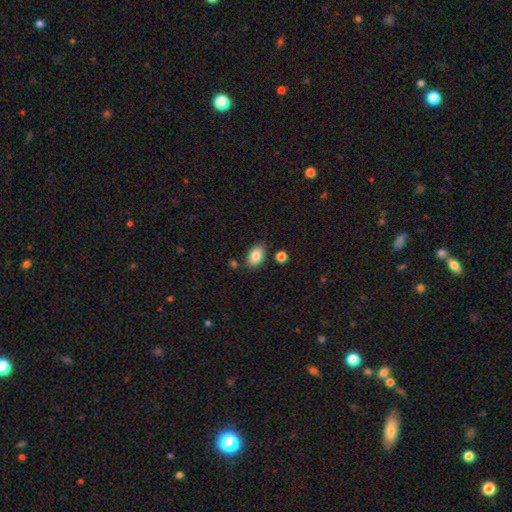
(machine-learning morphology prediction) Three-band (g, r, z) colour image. It shows a smooth galaxy with no disk features (85%) that is in between round and cigar-shaped (90%). Merging: none (81%).